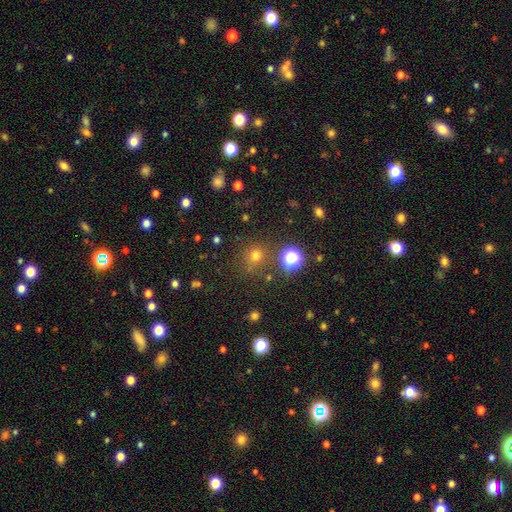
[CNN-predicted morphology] Smooth or featured? Predicted: smooth (p=0.65). How rounded? Predicted: round (p=0.89). Merging? Predicted: none (p=0.81).